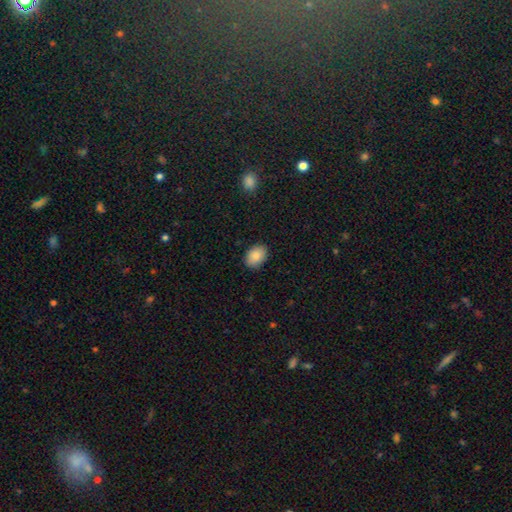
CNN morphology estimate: smooth_or_featured: smooth (p=0.87) [alt: star or artifact p=0.07]
how_rounded: in between (p=0.78) [alt: round p=0.21]
merging: none (p=0.87) [alt: minor disturbance p=0.10]